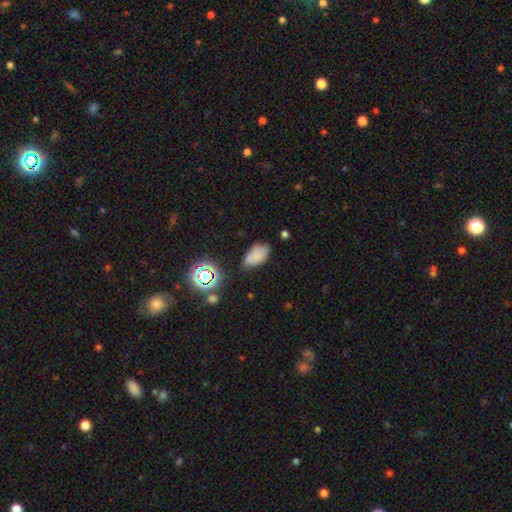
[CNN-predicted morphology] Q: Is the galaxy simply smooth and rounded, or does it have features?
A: smooth — 73%.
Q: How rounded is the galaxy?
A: in between — 92%.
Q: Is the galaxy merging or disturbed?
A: none — 61%.